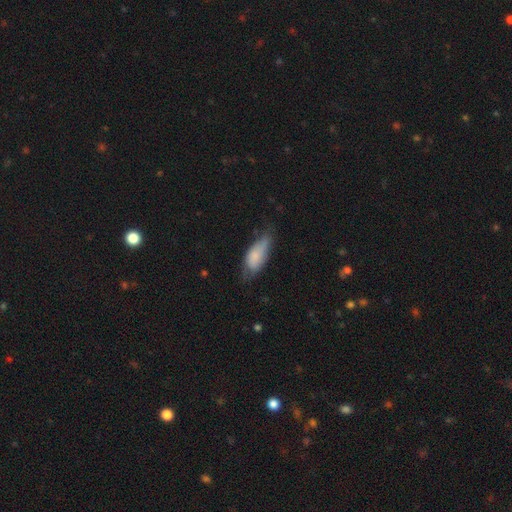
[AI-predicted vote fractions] Smooth or featured: smooth — 74% (featured or disk — 20%)
How rounded: in between — 79% (cigar-shaped — 19%)
Merging: none — 44% (minor disturbance — 40%)